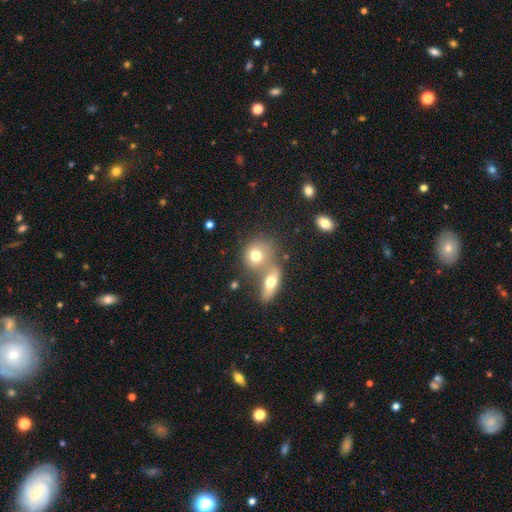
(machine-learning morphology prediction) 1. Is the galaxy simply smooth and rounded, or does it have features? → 72% smooth, 18% featured or disk, 9% star or artifact.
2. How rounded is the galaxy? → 64% round, 33% in between, 3% cigar-shaped.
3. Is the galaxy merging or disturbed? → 58% merger, 31% none, 7% minor disturbance, 5% major disturbance.